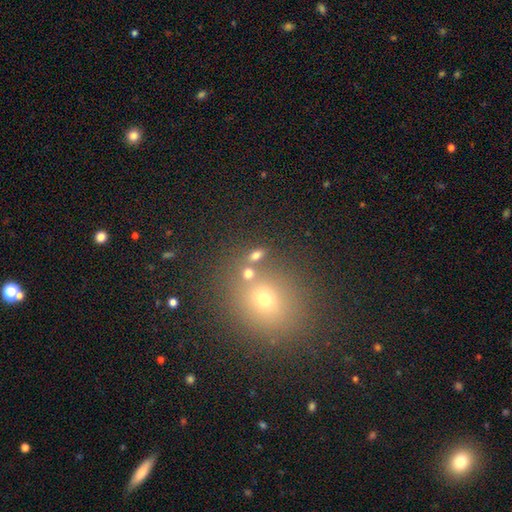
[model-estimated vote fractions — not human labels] Smooth or featured?
  - smooth: 70% *
  - star or artifact: 18%
  - featured or disk: 13%
How rounded?
  - in between: 65% *
  - round: 27%
  - cigar-shaped: 8%
Merging?
  - none: 69% *
  - merger: 15%
  - minor disturbance: 10%
  - major disturbance: 5%